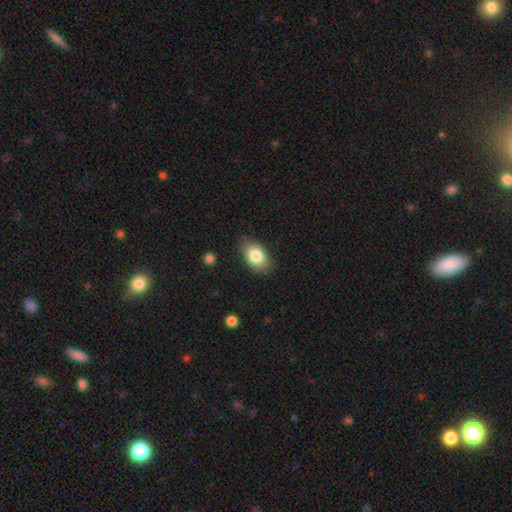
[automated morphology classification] A smooth galaxy with no disk features (83%) that is in between round and cigar-shaped (88%).

Vote fractions:
- Smooth or featured? smooth: 83% / featured or disk: 10% / star or artifact: 7%
- How rounded? in between: 88% / round: 10% / cigar-shaped: 1%
- Merging? none: 81% / minor disturbance: 14% / major disturbance: 3% / merger: 1%